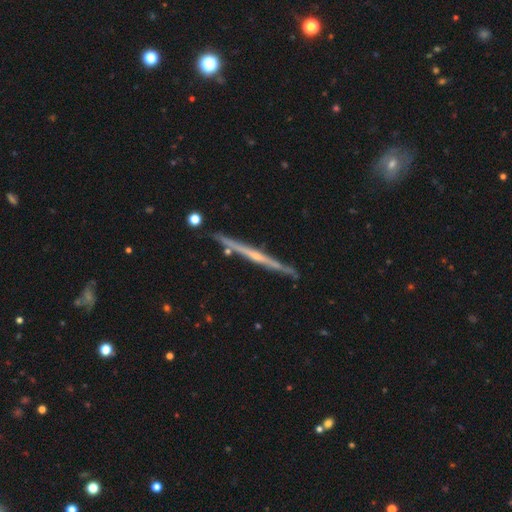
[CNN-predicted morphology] Smooth or featured?
  - featured or disk: 80% *
  - smooth: 14%
  - star or artifact: 6%
Edge-on disk?
  - yes: 97% *
  - no: 3%
Edge-on bulge?
  - rounded: 57% *
  - none: 37%
  - boxy: 7%
Merging?
  - none: 84% *
  - minor disturbance: 11%
  - merger: 3%
  - major disturbance: 2%